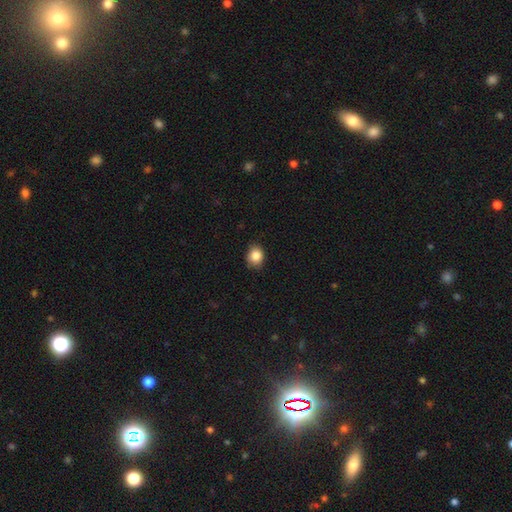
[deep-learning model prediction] A smooth galaxy with no disk features (85%) that is round (62%). Merging: none (80%).